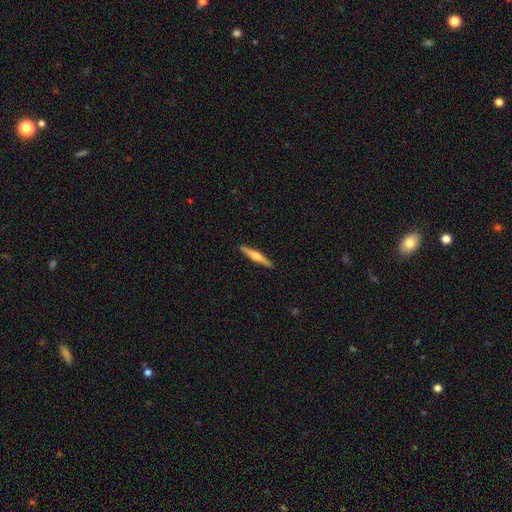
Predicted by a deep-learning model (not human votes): This is likely a featured or disk galaxy (61%). It is clearly viewed edge-on (98%). Edge-on bulge: clearly rounded (82%). Merging: clearly none (91%).